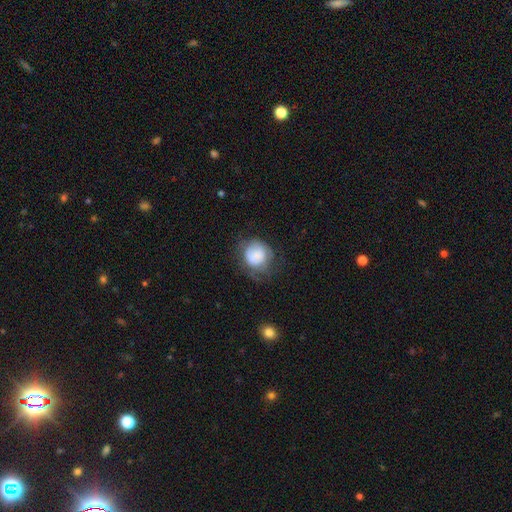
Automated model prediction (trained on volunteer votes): Morphology: type=smooth (69%); roundness=round (83%); merging=none (52%).